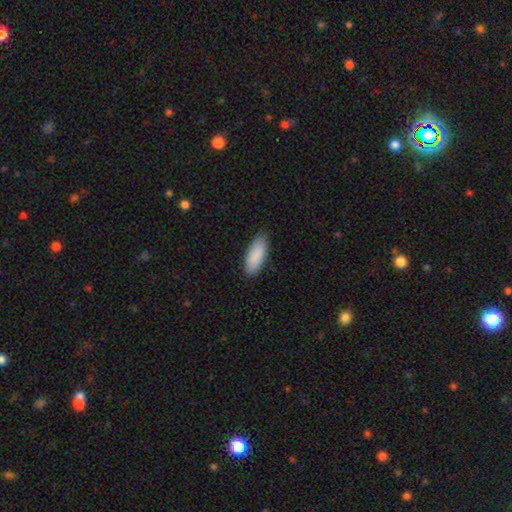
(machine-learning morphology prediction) This is clearly a smooth galaxy (90%). How rounded: clearly in between (81%). Merging: clearly none (87%).